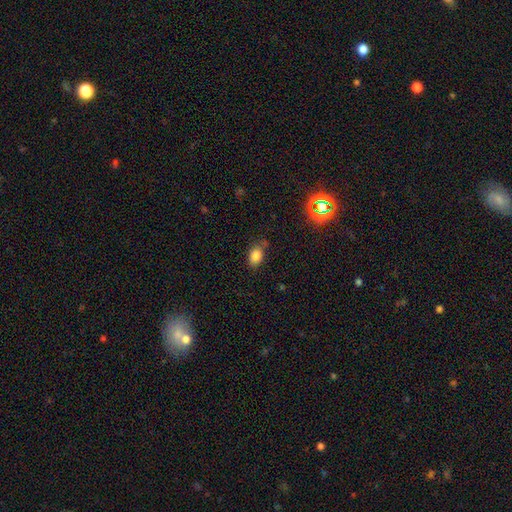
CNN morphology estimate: A smooth galaxy with no disk features (83%) that is in between round and cigar-shaped (82%).

Vote fractions:
- Smooth or featured? smooth: 83% / star or artifact: 11% / featured or disk: 6%
- How rounded? in between: 82% / round: 16% / cigar-shaped: 2%
- Merging? none: 71% / minor disturbance: 21% / major disturbance: 5% / merger: 4%